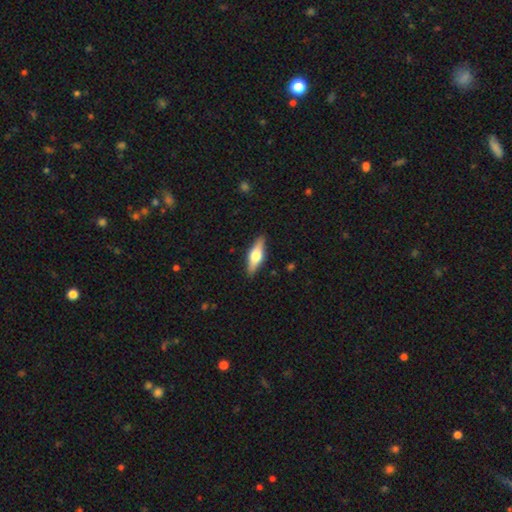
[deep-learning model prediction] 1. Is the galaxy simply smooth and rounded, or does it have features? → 51% featured or disk, 43% smooth, 6% star or artifact.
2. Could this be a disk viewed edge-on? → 93% yes, 7% no.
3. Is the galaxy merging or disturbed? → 90% none, 8% minor disturbance, 2% major disturbance, 1% merger.